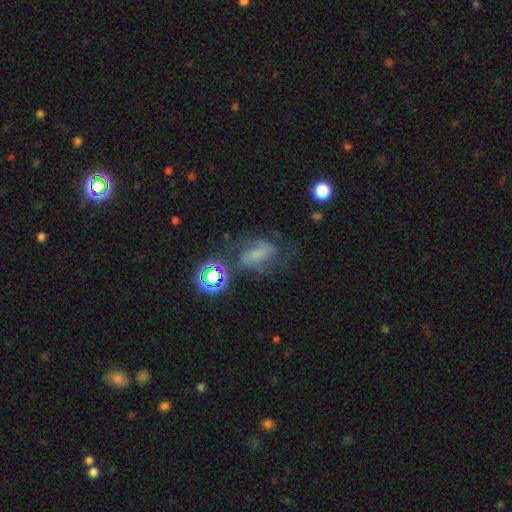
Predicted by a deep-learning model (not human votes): featured or disk 50%, smooth 30%, star or artifact 21%. Down the decision tree: merging — none (47%).